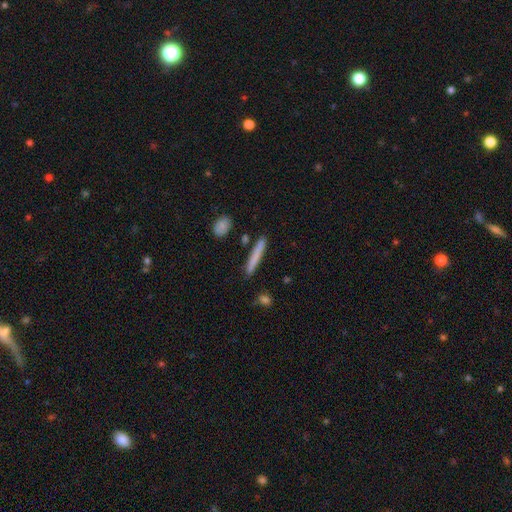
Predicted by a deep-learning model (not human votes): A smooth galaxy with no disk features (74%) that is cigar-shaped (95%). Merging: none (87%).